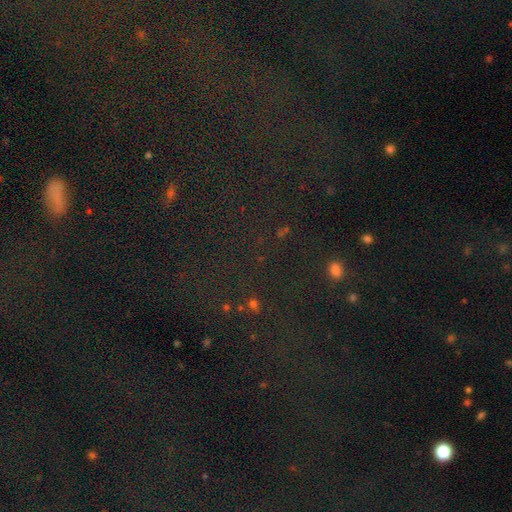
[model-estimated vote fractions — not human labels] Smooth or featured? Predicted: star or artifact (p=0.77).